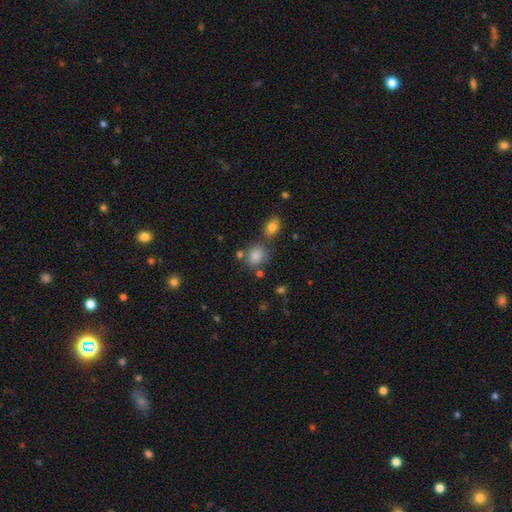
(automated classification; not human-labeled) smooth-or-featured: smooth: 82% | star or artifact: 11% | featured or disk: 7%
  how-rounded: round: 60% | in between: 39% | cigar-shaped: 1%
  merging: none: 63% | merger: 18% | minor disturbance: 15% | major disturbance: 5%